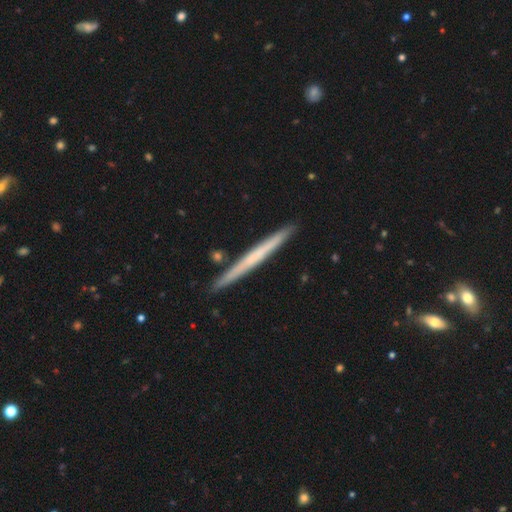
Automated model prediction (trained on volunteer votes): Smooth or featured? Predicted: featured or disk (p=0.54). Edge-on disk? Predicted: yes (p=0.97). Edge-on bulge? Predicted: none (p=0.85). Merging? Predicted: none (p=0.91).